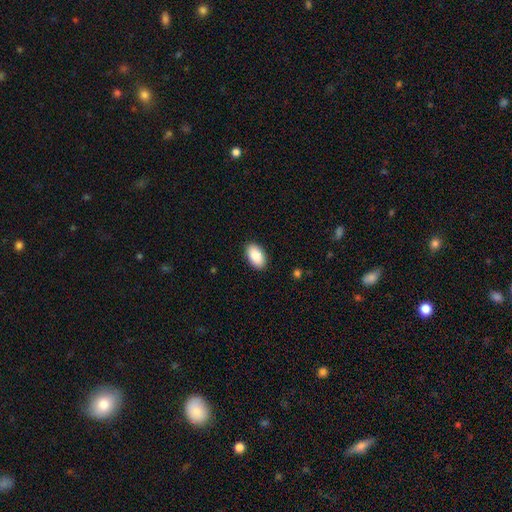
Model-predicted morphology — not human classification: smooth 88%, star or artifact 6%, featured or disk 5%. Down the decision tree: how rounded — in between (95%); merging — none (90%).